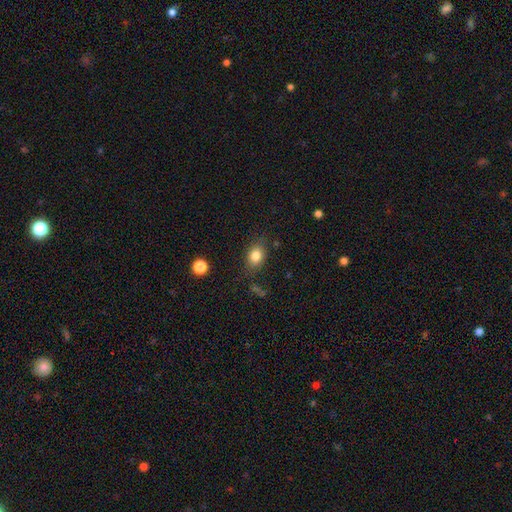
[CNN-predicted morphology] smooth 82%, star or artifact 10%, featured or disk 9%. Down the decision tree: how rounded — in between (68%); merging — none (77%).